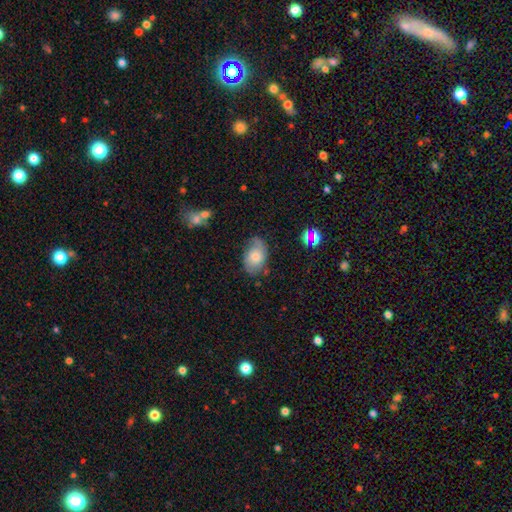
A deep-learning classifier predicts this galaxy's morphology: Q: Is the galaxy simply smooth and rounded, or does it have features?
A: smooth — 63%.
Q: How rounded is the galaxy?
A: in between — 86%.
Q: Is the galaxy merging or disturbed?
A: none — 64%.